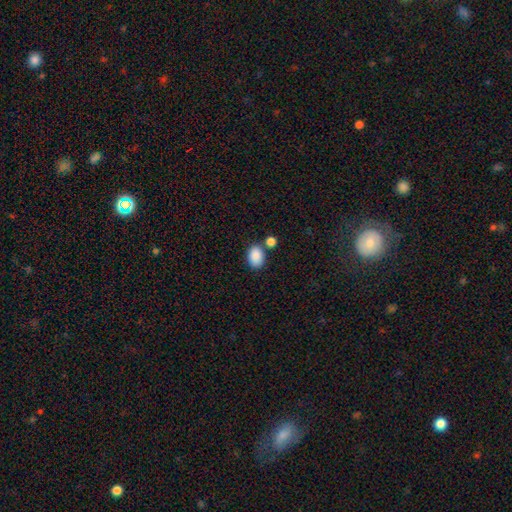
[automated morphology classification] Smooth or featured: smooth — 88% (star or artifact — 8%)
How rounded: in between — 81% (round — 18%)
Merging: none — 69% (merger — 15%)